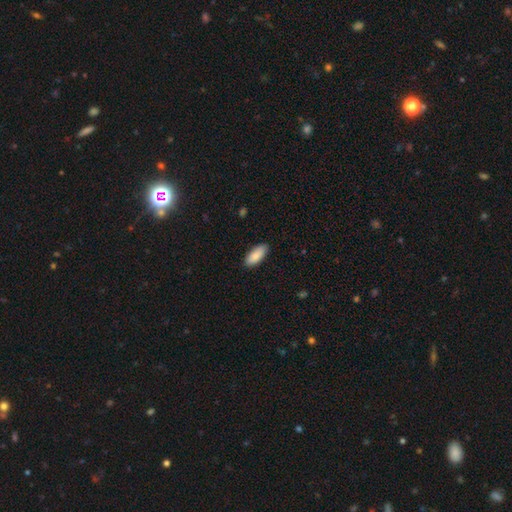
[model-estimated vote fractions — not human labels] Q: Smooth or featured?
A: smooth (87%); runner-up: featured or disk (7%)
Q: How rounded?
A: in between (85%); runner-up: cigar-shaped (14%)
Q: Merging?
A: none (87%); runner-up: minor disturbance (10%)